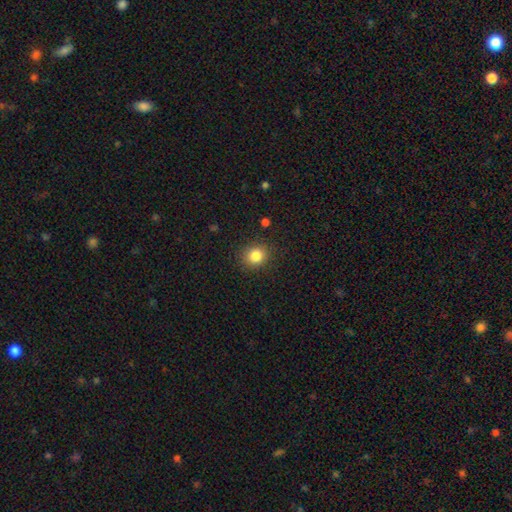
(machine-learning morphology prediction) A smooth galaxy with no disk features (84%) that is round (78%). Merging: none (88%).